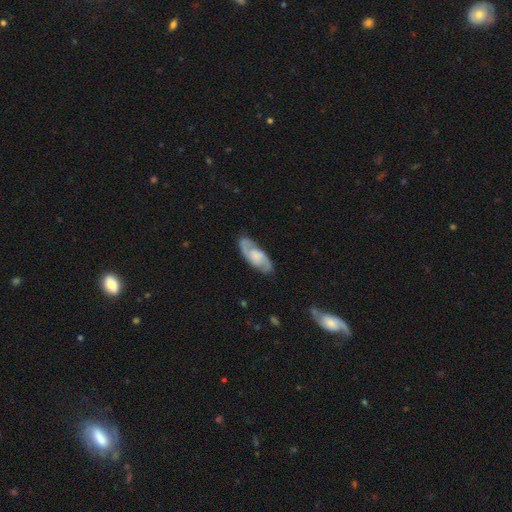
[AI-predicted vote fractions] A featured or disk galaxy (73%) with no bar (54%), 2 (87%) medium (52%) spiral arms (94%) and no central bulge (32%).

Vote fractions:
- Smooth or featured? featured or disk: 73% / smooth: 21% / star or artifact: 5%
- Edge-on disk? no: 91% / yes: 9%
- Bar? no: 54% / weak: 38% / strong: 8%
- Spiral arms? yes: 94% / no: 6%
- Spiral winding? medium: 52% / tight: 28% / loose: 20%
- Spiral arm count? 2: 87% / can't tell: 7% / 1: 2% / 3: 2% / 4: 1% / more than 4: 1%
- Bulge size? none: 32% / small: 29% / moderate: 26% / large: 12% / dominant: 2%
- Merging? none: 81% / minor disturbance: 14% / major disturbance: 4% / merger: 1%